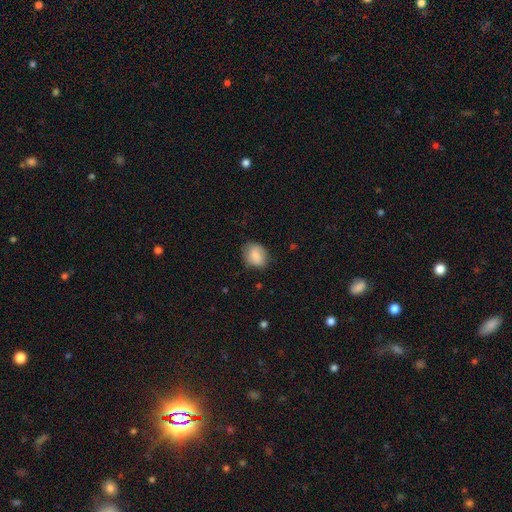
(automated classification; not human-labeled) Overall: smooth (80%). How rounded: in between (52%; round 46%). Merging: none (70%).